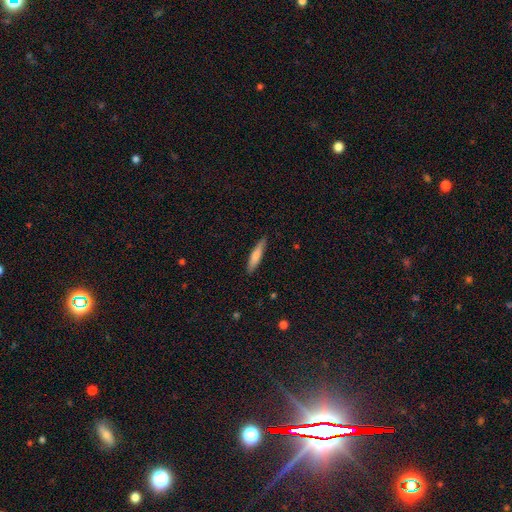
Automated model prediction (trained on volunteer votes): This is likely a smooth galaxy (72%). How rounded: clearly cigar-shaped (86%). Merging: clearly none (88%).